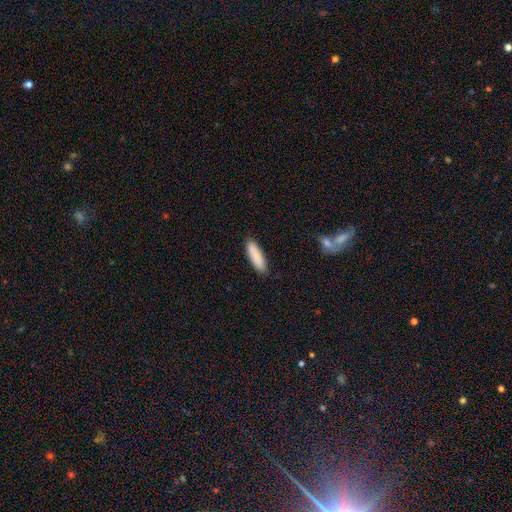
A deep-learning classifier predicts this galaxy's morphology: type=smooth (87%); roundness=cigar-shaped (58%); merging=none (88%).